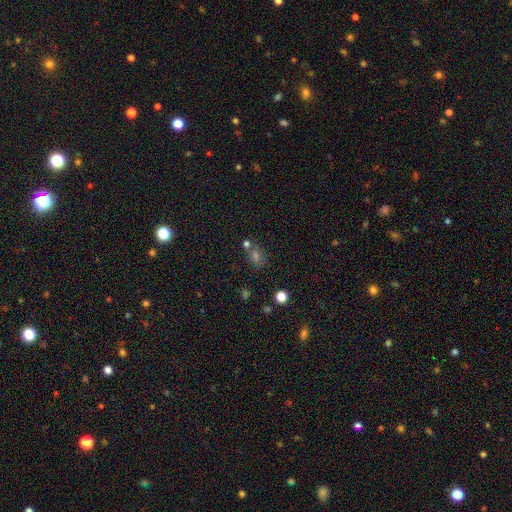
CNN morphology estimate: The model was most divided on "how rounded": round: 53%, in between: 45%, cigar-shaped: 2%. More confident: merging — none (67%); smooth or featured — smooth (55%).